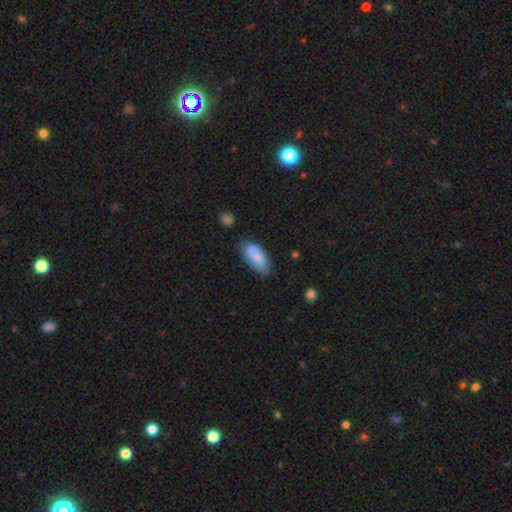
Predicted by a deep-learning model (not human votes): smooth-or-featured: smooth: 78% | featured or disk: 15% | star or artifact: 6%
  how-rounded: in between: 89% | cigar-shaped: 8% | round: 2%
  merging: none: 65% | minor disturbance: 25% | major disturbance: 6% | merger: 5%